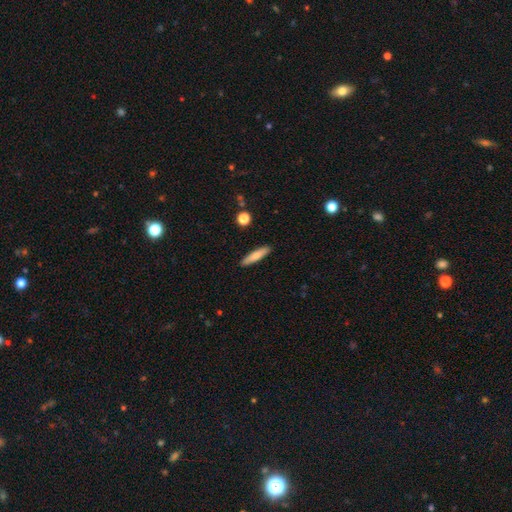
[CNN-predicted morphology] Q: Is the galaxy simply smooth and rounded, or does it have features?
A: smooth — 75%.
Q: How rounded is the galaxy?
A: cigar-shaped — 83%.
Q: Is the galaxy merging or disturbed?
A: none — 90%.